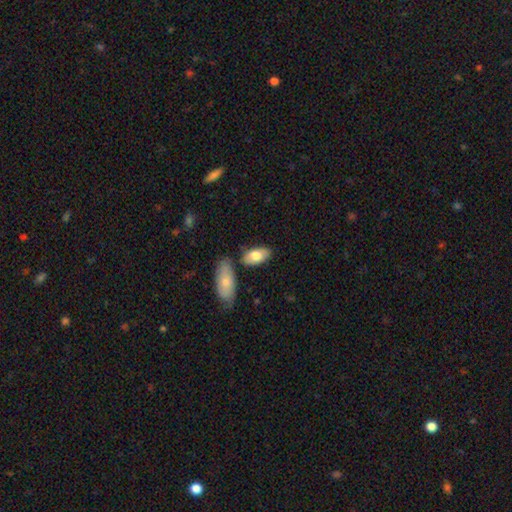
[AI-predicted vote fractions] Smooth or featured? Predicted: smooth (p=0.76). How rounded? Predicted: in between (p=0.93). Merging? Predicted: none (p=0.70).